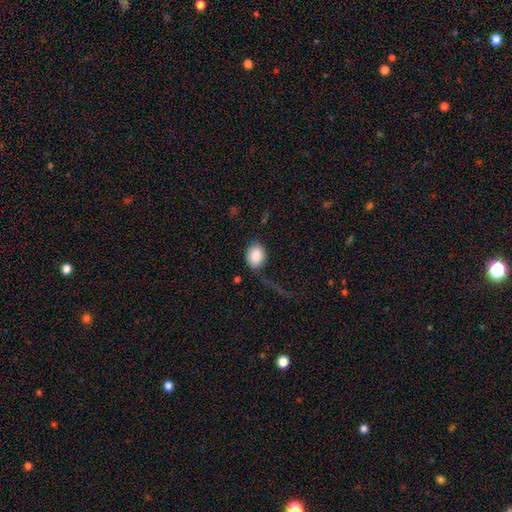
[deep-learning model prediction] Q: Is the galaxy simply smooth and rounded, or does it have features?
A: smooth — 87%.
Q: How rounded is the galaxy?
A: in between — 63%.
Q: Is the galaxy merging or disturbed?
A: none — 61%.